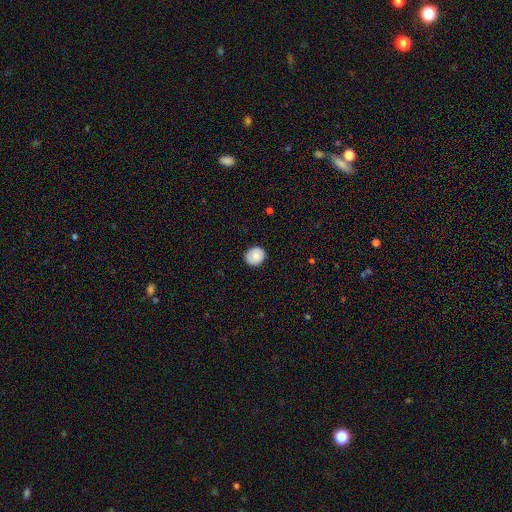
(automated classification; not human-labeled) Smooth or featured? smooth (79%)
How rounded? round (78%)
Merging? none (87%)